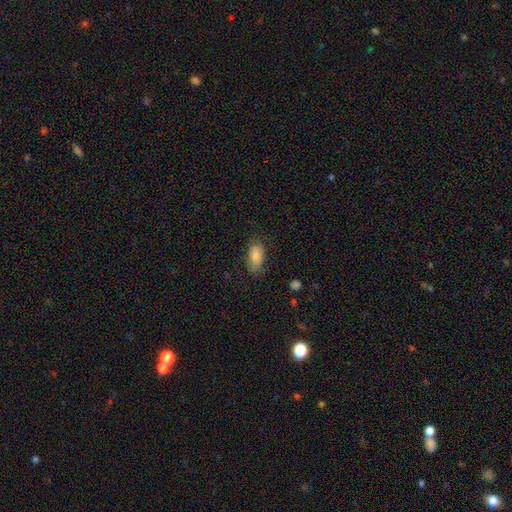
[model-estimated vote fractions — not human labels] The model was most divided on "merging": none: 72%, minor disturbance: 21%, major disturbance: 6%, merger: 1%. More confident: how rounded — in between (92%); smooth or featured — smooth (82%).